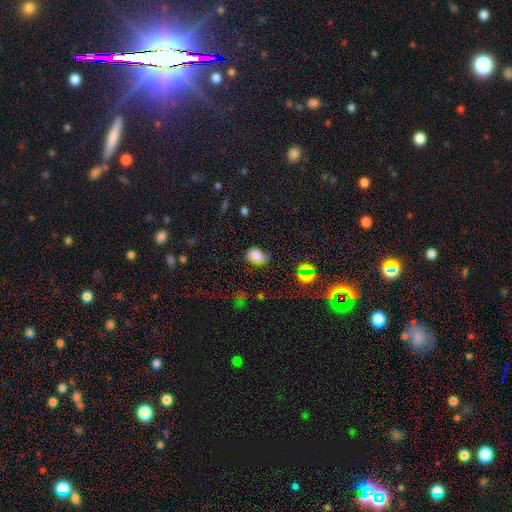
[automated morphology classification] Q: Smooth or featured?
A: smooth (66%); runner-up: featured or disk (20%)
Q: How rounded?
A: in between (65%); runner-up: round (34%)
Q: Merging?
A: none (41%); runner-up: minor disturbance (33%)